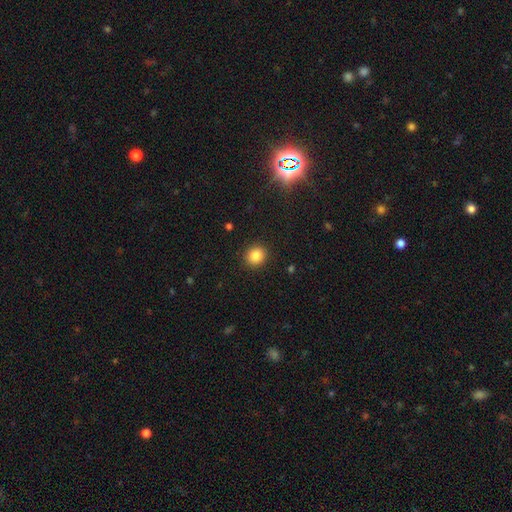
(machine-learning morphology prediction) This is clearly a smooth galaxy (85%). How rounded: clearly round (83%). Merging: clearly none (91%).